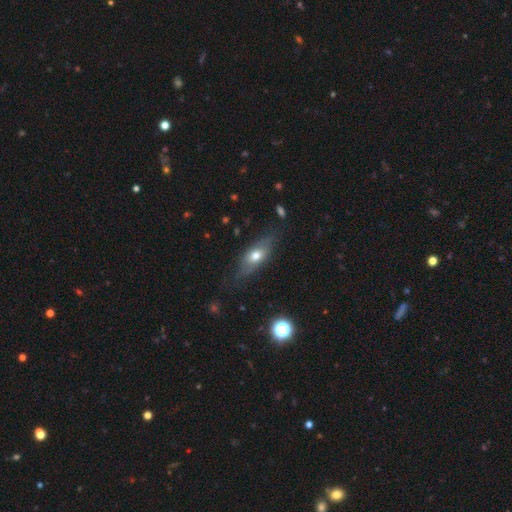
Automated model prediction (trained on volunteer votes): smooth_or_featured: smooth (p=0.61) [alt: featured or disk p=0.31]
how_rounded: in between (p=0.72) [alt: cigar-shaped p=0.21]
merging: none (p=0.70) [alt: minor disturbance p=0.21]